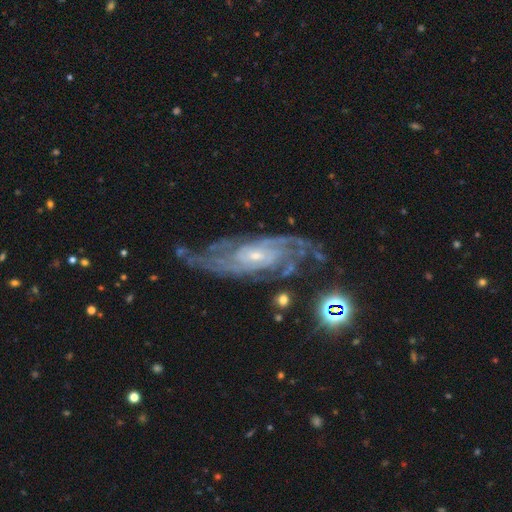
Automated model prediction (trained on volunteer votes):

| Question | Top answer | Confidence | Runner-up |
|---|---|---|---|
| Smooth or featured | featured or disk | 88% | star or artifact (7%) |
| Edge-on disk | no | 93% | yes (7%) |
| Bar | no | 59% | weak (32%) |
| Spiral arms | yes | 97% | no (3%) |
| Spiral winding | tight | 56% | medium (36%) |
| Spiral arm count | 2 | 34% | can't tell (26%) |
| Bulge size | small | 73% | moderate (23%) |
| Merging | none | 67% | minor disturbance (19%) |